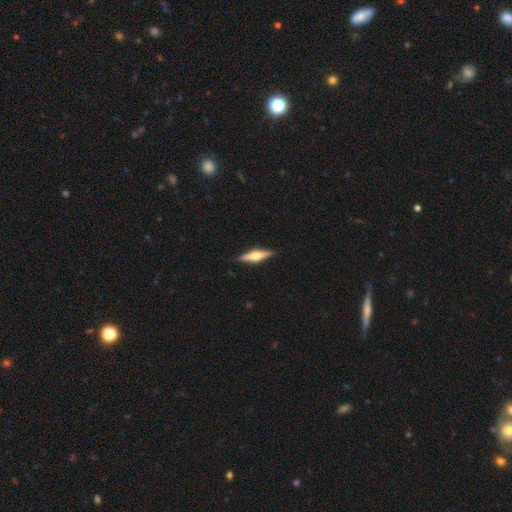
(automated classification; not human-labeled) This appears to be a featured or disk galaxy (67%) viewed edge-on (97%) with a rounded central bulge (93%). Merging: none (90%).